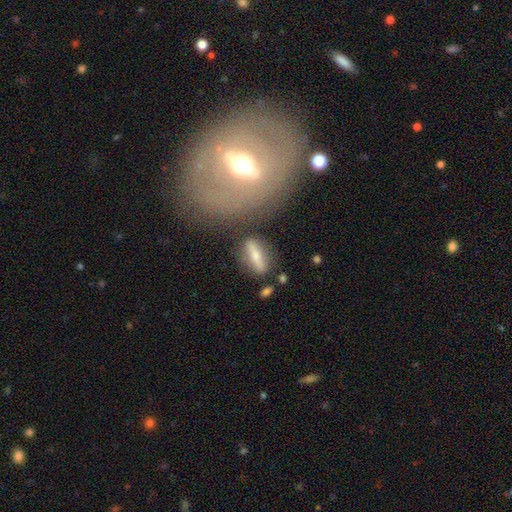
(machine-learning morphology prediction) Smooth or featured?
  - smooth: 52% *
  - featured or disk: 40%
  - star or artifact: 8%
How rounded?
  - cigar-shaped: 49% *
  - in between: 45%
  - round: 6%
Merging?
  - none: 77% *
  - minor disturbance: 12%
  - merger: 6%
  - major disturbance: 5%